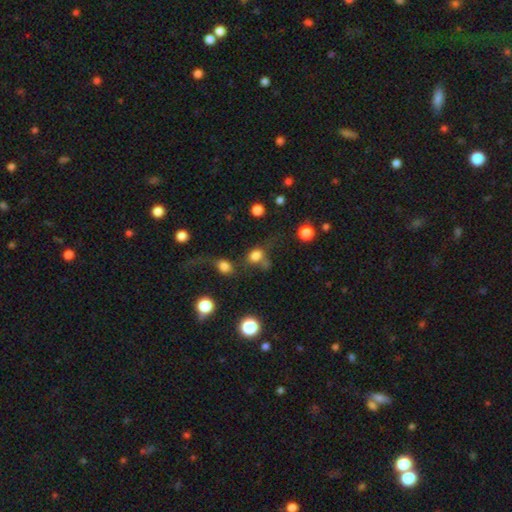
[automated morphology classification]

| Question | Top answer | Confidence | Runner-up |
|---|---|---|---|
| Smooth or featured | smooth | 75% | star or artifact (14%) |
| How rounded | round | 57% | in between (41%) |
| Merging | none | 34% | merger (26%) |